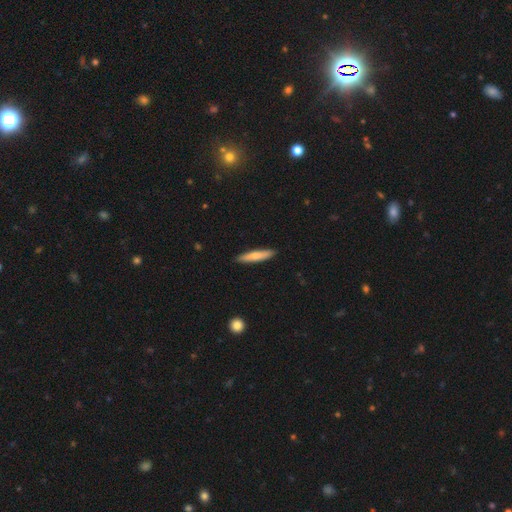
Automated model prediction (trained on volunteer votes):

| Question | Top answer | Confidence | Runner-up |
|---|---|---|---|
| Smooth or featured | smooth | 73% | featured or disk (22%) |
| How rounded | cigar-shaped | 89% | in between (10%) |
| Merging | none | 90% | minor disturbance (7%) |